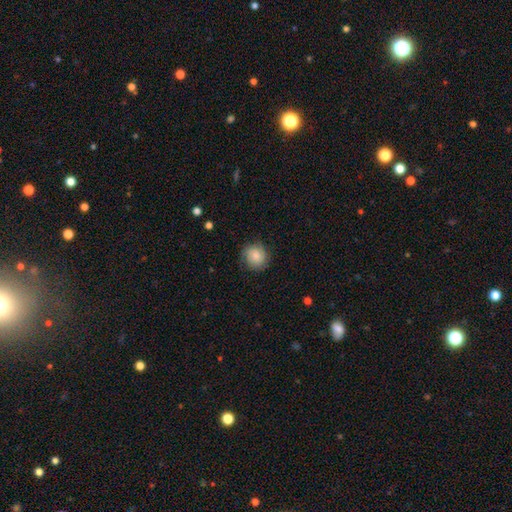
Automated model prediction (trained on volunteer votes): smooth_or_featured: smooth (p=0.80) [alt: featured or disk p=0.12]
how_rounded: round (p=0.82) [alt: in between p=0.18]
merging: none (p=0.82) [alt: minor disturbance p=0.14]